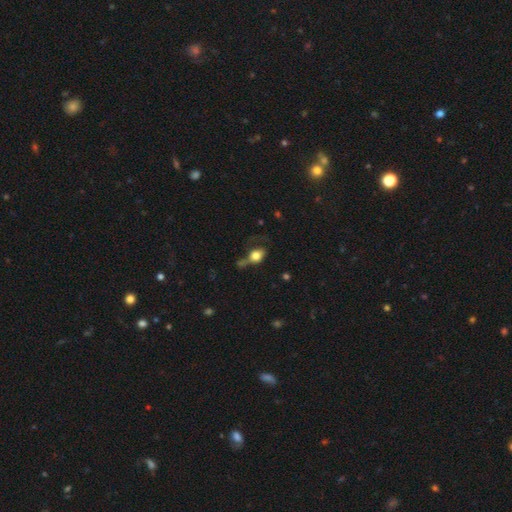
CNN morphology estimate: This appears to be a smooth galaxy with no disk features (72%) that is in between round and cigar-shaped (58%). Merging: major disturbance (32%).